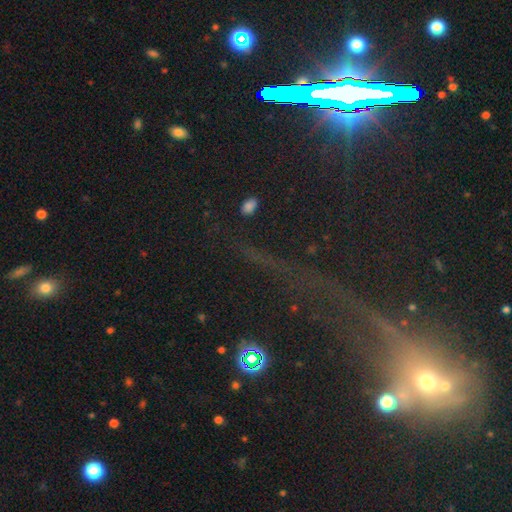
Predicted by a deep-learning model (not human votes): Overall: star or artifact (70%).